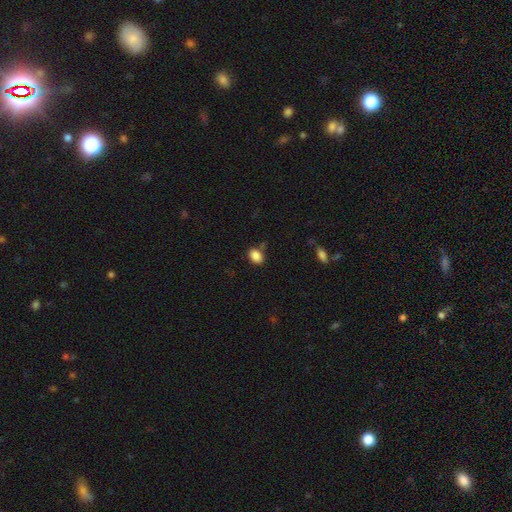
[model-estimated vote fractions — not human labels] The model was most divided on "merging": none: 74%, minor disturbance: 17%, merger: 6%, major disturbance: 4%. More confident: smooth or featured — smooth (87%); how rounded — in between (78%).